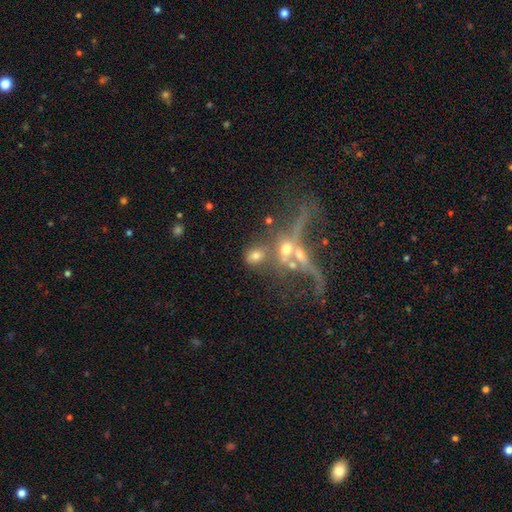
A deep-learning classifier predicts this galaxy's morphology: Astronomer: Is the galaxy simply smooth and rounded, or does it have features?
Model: smooth — 56%.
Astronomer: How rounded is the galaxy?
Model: in between — 54% (runner-up: round, 42%).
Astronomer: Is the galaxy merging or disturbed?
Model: none — 40% (runner-up: merger, 34%).